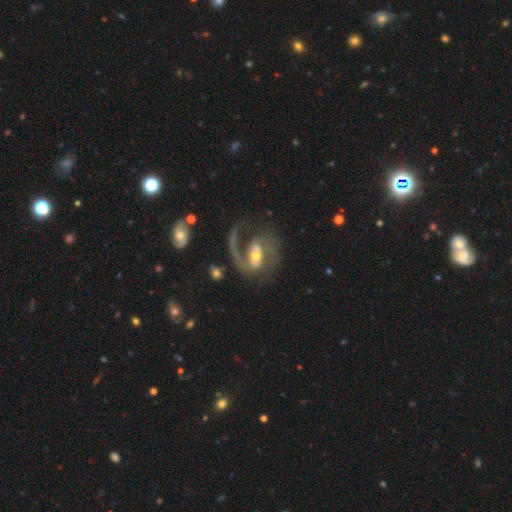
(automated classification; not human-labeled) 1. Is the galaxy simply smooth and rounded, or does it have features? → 88% featured or disk, 7% smooth, 6% star or artifact.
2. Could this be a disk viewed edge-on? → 97% no, 3% yes.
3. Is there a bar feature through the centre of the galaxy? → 42% weak, 31% strong, 27% no.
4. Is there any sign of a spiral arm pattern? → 95% yes, 5% no.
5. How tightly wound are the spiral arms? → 54% medium, 31% loose, 15% tight.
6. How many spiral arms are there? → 68% 2, 24% 1, 3% can't tell, 2% 3, 1% 4, 1% more than 4.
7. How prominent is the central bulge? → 60% moderate, 31% small, 6% large, 2% none, 1% dominant.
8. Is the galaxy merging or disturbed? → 50% none, 25% major disturbance, 16% minor disturbance, 9% merger.